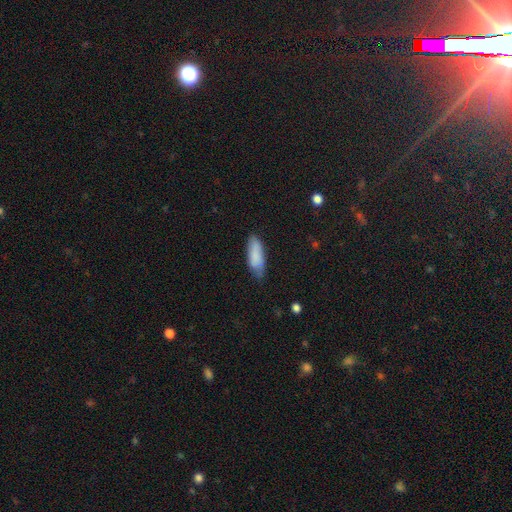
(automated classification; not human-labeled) A smooth galaxy with no disk features (84%) that is in between round and cigar-shaped (68%). Merging: none (70%).